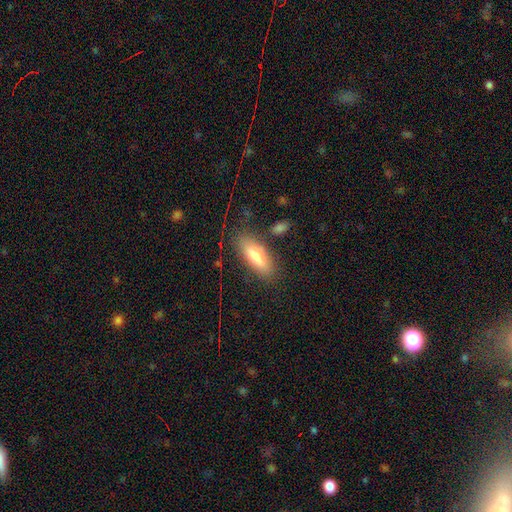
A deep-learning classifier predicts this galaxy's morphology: A smooth galaxy with no disk features (77%) that is in between round and cigar-shaped (66%).

Vote fractions:
- Smooth or featured? smooth: 77% / featured or disk: 16% / star or artifact: 7%
- How rounded? in between: 66% / cigar-shaped: 31% / round: 2%
- Merging? none: 78% / minor disturbance: 14% / major disturbance: 4% / merger: 4%